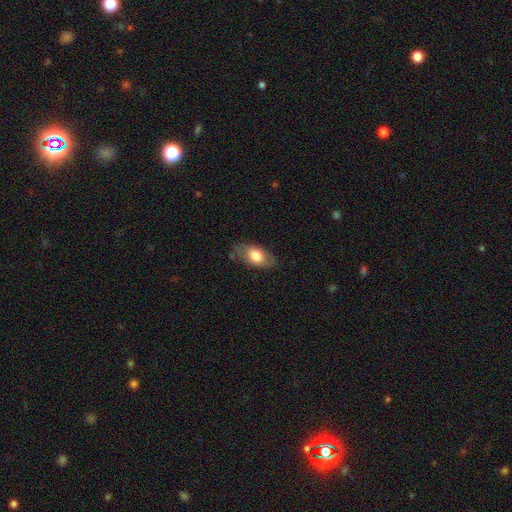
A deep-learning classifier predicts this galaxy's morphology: Overall: smooth (74%). How rounded: in between (90%). Merging: none (73%).